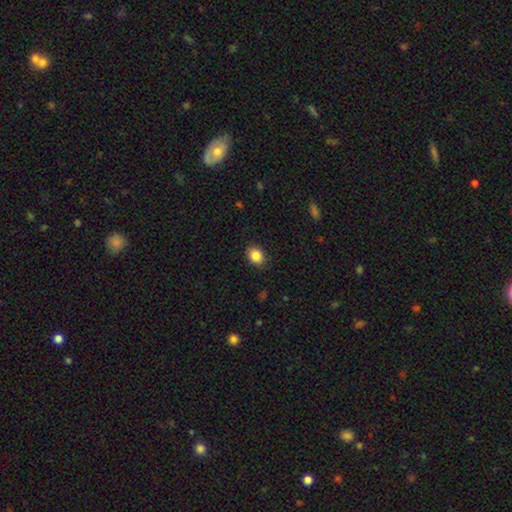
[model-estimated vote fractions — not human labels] Smooth or featured? smooth (87%)
How rounded? in between (60%)
Merging? none (88%)